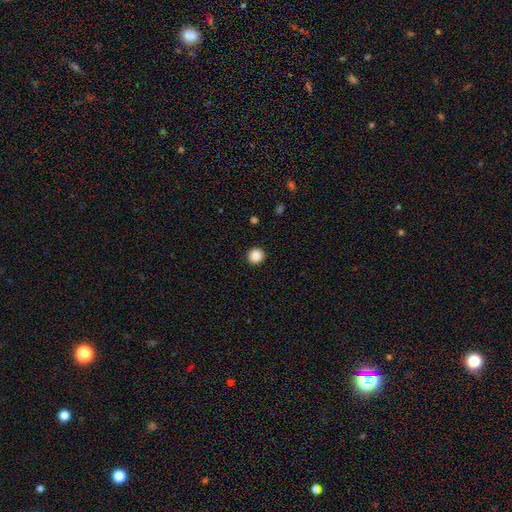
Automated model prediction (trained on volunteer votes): Smooth or featured: smooth — 88% (star or artifact — 9%)
How rounded: round — 88% (in between — 11%)
Merging: none — 91% (minor disturbance — 6%)